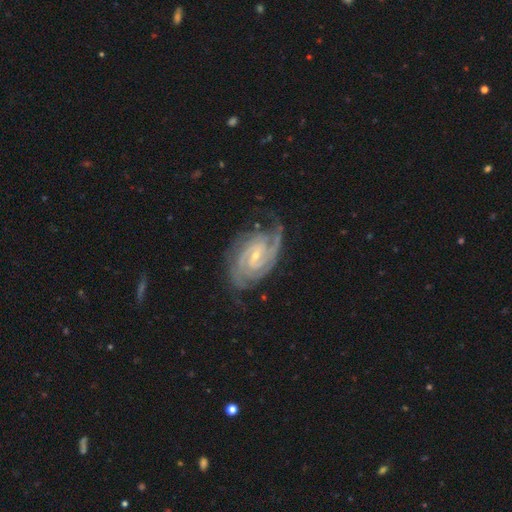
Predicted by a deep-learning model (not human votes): Overall: featured or disk (92%). Edge-on disk: no (97%). Bar: weak (49%; no 29%). Spiral arms: yes (99%). Spiral arm count: 2 (47%; 3 23%). Spiral winding: tight (66%; medium 30%). Bulge size: small (70%). Merging: none (71%).